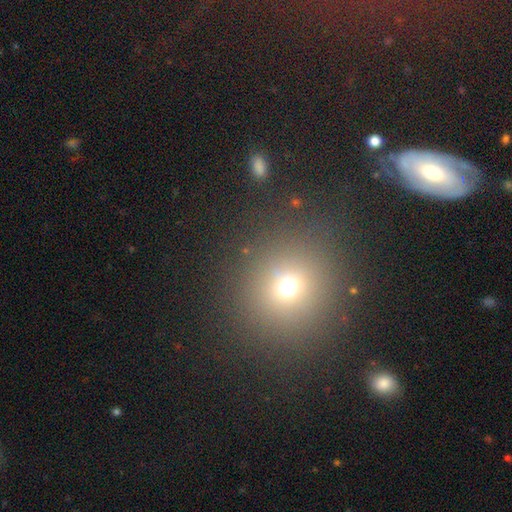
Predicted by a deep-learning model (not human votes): A smooth galaxy with no disk features (61%) that is round (88%).

Vote fractions:
- Smooth or featured? smooth: 61% / star or artifact: 28% / featured or disk: 10%
- How rounded? round: 88% / in between: 11% / cigar-shaped: 1%
- Merging? none: 87% / minor disturbance: 7% / merger: 3% / major disturbance: 3%